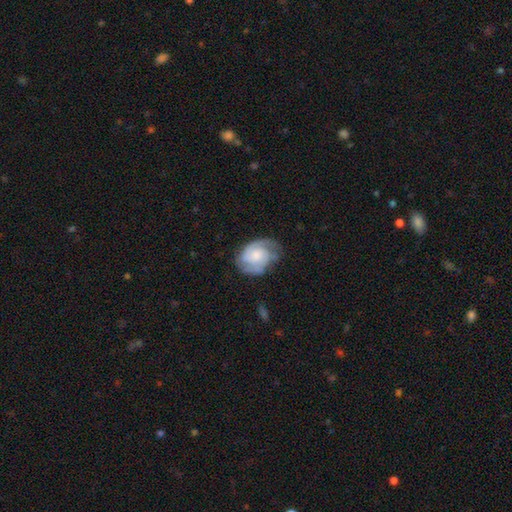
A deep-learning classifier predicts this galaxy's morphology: Smooth or featured?
  - featured or disk: 75% *
  - smooth: 19%
  - star or artifact: 6%
Edge-on disk?
  - no: 98% *
  - yes: 2%
Bar?
  - no: 67% *
  - weak: 29%
  - strong: 4%
Spiral arms?
  - yes: 94% *
  - no: 6%
Spiral winding?
  - tight: 48% *
  - medium: 40%
  - loose: 11%
Spiral arm count?
  - 2: 63% *
  - can't tell: 14%
  - 3: 11%
  - 1: 7%
  - 4: 2%
  - more than 4: 2%
Bulge size?
  - moderate: 38% *
  - small: 34%
  - none: 13%
  - large: 13%
  - dominant: 2%
Merging?
  - none: 63% *
  - minor disturbance: 24%
  - major disturbance: 11%
  - merger: 2%